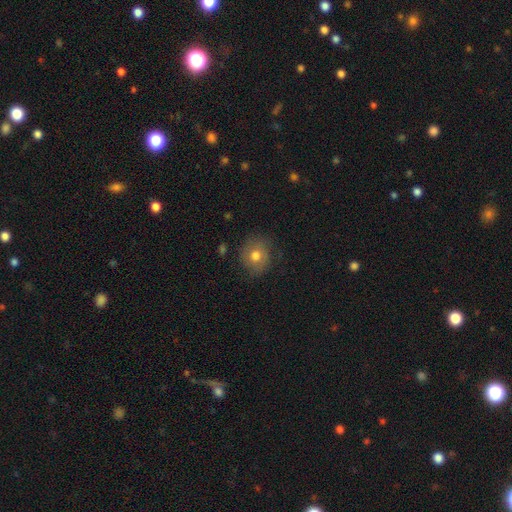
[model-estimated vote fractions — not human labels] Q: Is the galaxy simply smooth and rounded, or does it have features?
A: smooth — 72%.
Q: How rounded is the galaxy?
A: round — 80%.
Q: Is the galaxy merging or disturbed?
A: none — 76%.